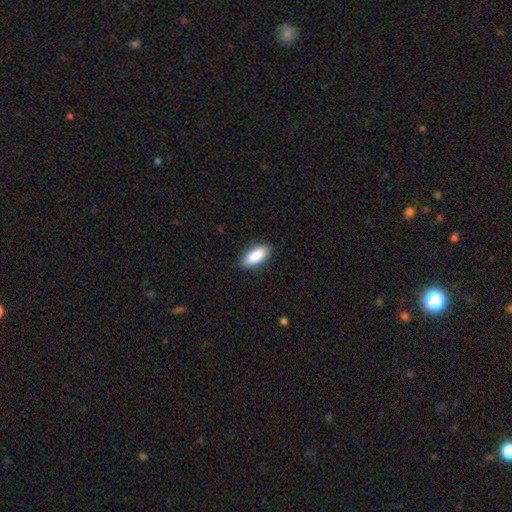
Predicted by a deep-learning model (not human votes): Morphology: type=smooth (89%); roundness=in between (83%); merging=none (87%).